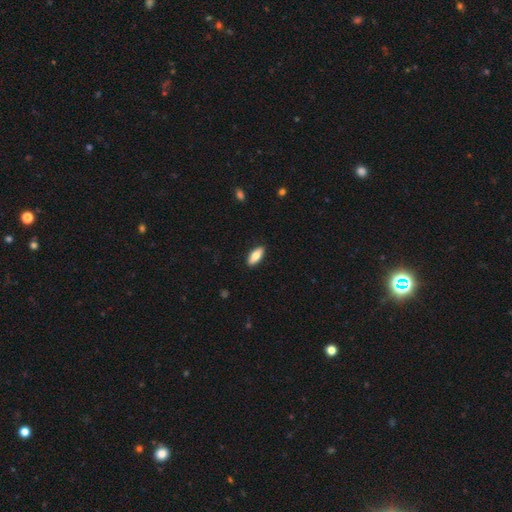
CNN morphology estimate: Smooth or featured: smooth — 77% (featured or disk — 17%)
How rounded: in between — 75% (cigar-shaped — 23%)
Merging: none — 89% (minor disturbance — 8%)